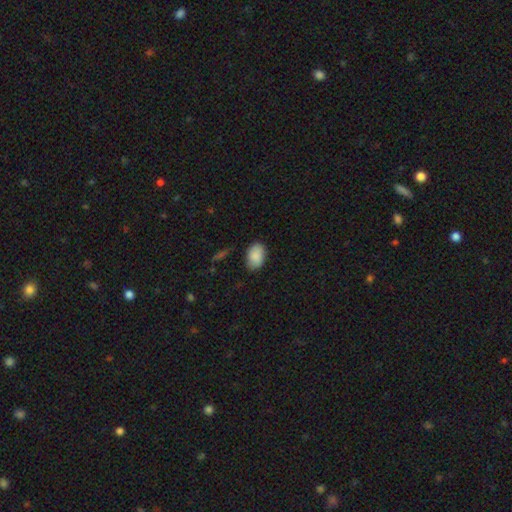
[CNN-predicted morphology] smooth-or-featured: smooth: 89% | star or artifact: 7% | featured or disk: 4%
  how-rounded: in between: 86% | round: 12% | cigar-shaped: 1%
  merging: none: 80% | minor disturbance: 15% | major disturbance: 3% | merger: 1%